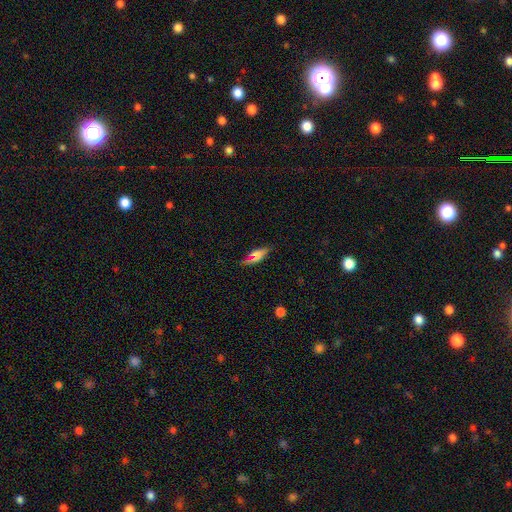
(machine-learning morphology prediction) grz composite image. It shows a smooth galaxy with no disk features (62%) that is in between round and cigar-shaped (54%). Merging: none (65%).